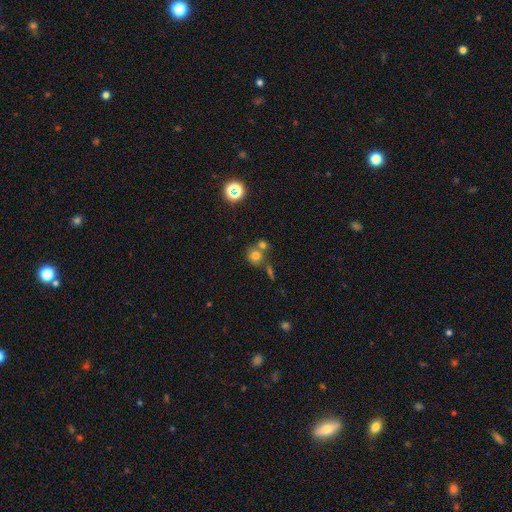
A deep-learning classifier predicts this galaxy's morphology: type=smooth (71%); roundness=round (87%); merging=none (52%).